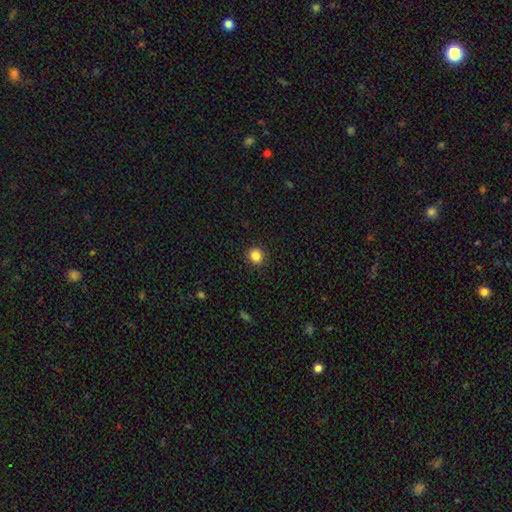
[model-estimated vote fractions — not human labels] A smooth galaxy with no disk features (86%) that is round (81%). Merging: none (91%).